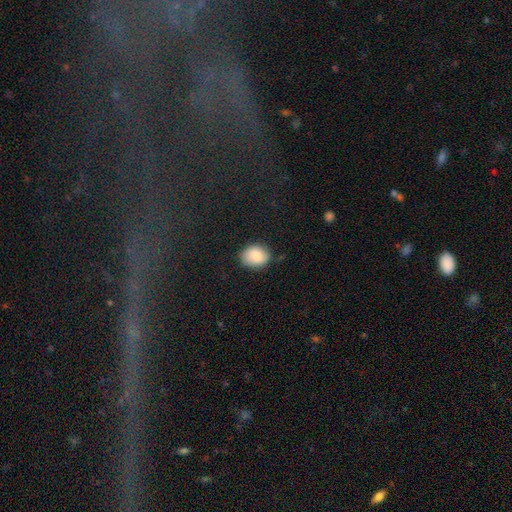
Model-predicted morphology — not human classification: This is clearly a smooth galaxy (82%). How rounded: possibly round (56%). Merging: likely none (79%).